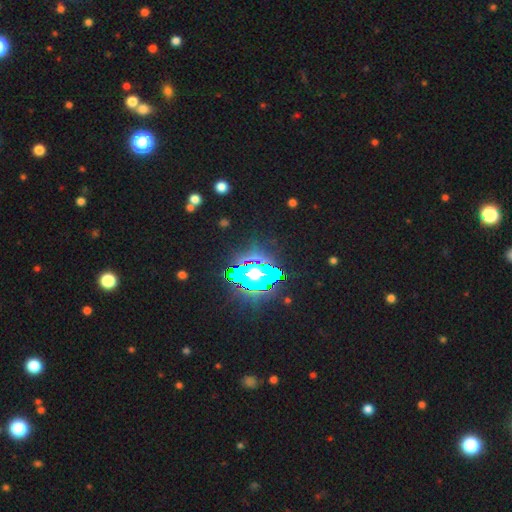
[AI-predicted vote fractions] A star or artifact, not a galaxy (82%).

Vote fractions:
- Smooth or featured? star or artifact: 82% / smooth: 10% / featured or disk: 8%